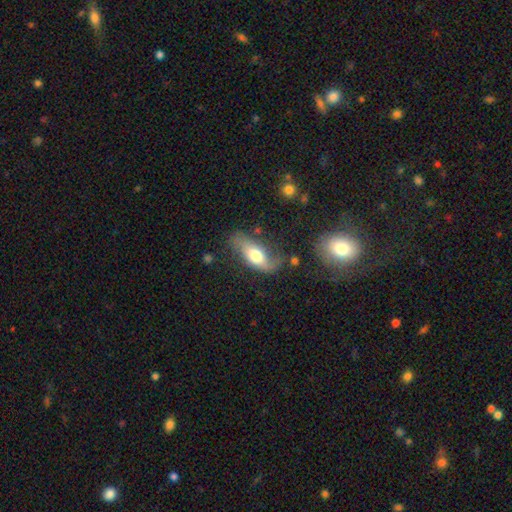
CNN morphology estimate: Smooth or featured? Predicted: smooth (p=0.48). Merging? Predicted: none (p=0.50).